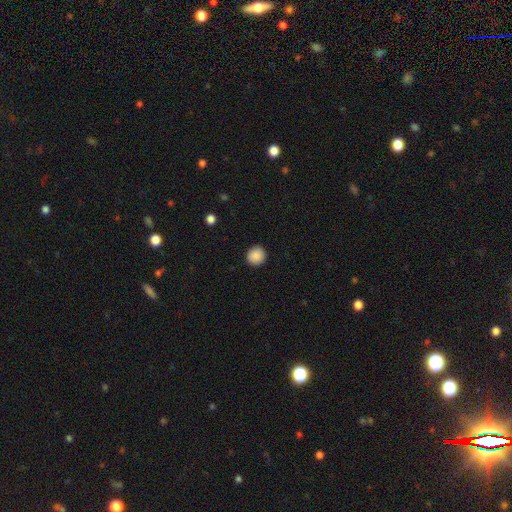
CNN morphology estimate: Smooth or featured: smooth — 89% (star or artifact — 9%)
How rounded: round — 93% (in between — 6%)
Merging: none — 92% (minor disturbance — 5%)